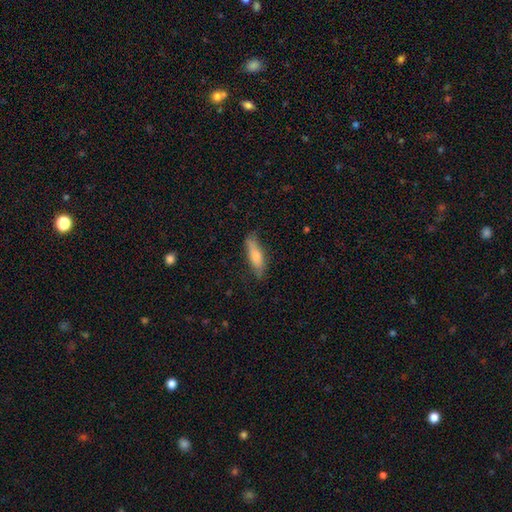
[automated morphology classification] type=smooth (73%); roundness=cigar-shaped (64%); merging=none (73%).